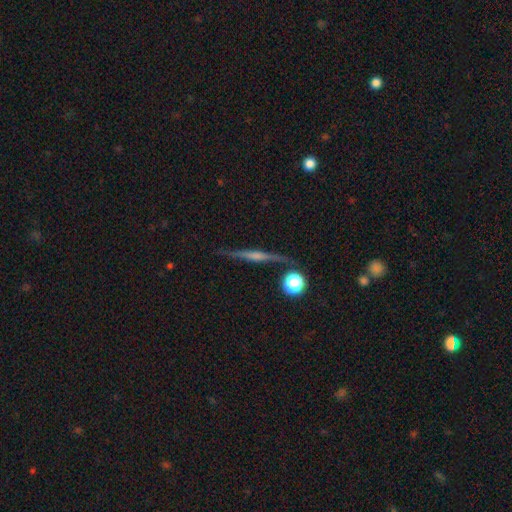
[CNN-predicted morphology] smooth-or-featured: featured or disk: 67% | smooth: 24% | star or artifact: 9%
  disk-edge-on: yes: 96% | no: 4%
    edge-on-bulge: rounded: 48% | none: 30% | boxy: 22%
  merging: none: 84% | minor disturbance: 11% | major disturbance: 3% | merger: 3%